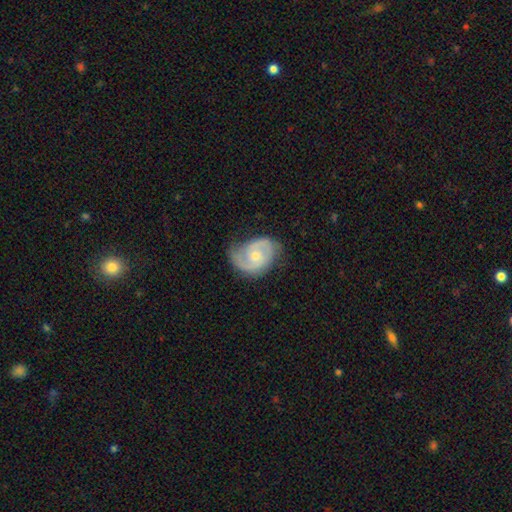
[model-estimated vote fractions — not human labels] Smooth or featured: featured or disk — 82% (smooth — 12%)
Edge-on disk: no — 97% (yes — 3%)
Bar: no — 66% (weak — 29%)
Spiral arms: yes — 95% (no — 5%)
Spiral winding: medium — 46% (tight — 39%)
Spiral arm count: 2 — 81% (1 — 7%)
Bulge size: moderate — 53% (small — 44%)
Merging: none — 66% (minor disturbance — 24%)